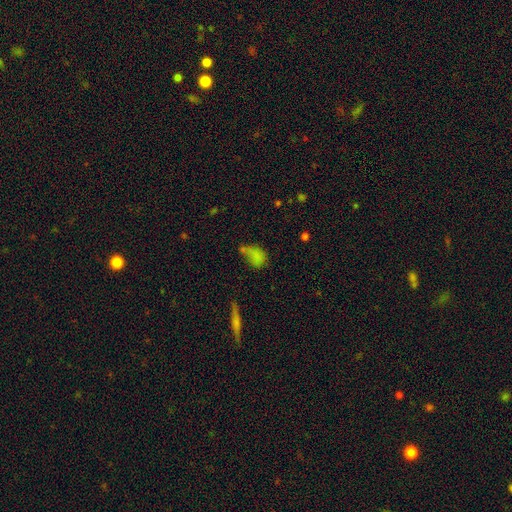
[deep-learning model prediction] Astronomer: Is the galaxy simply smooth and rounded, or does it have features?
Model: smooth — 70%.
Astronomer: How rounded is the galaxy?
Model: in between — 76%.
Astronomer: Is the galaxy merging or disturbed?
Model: none — 33% (runner-up: merger, 23%).